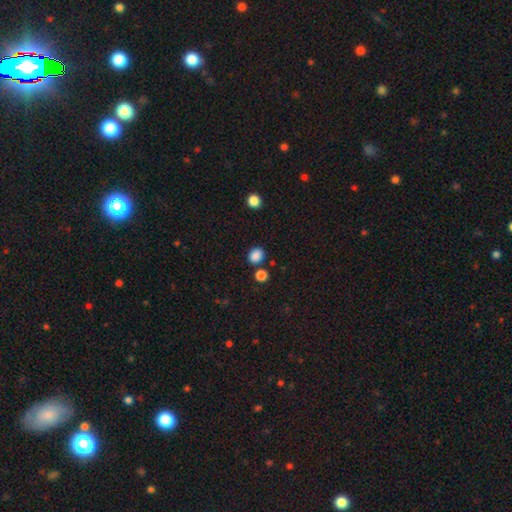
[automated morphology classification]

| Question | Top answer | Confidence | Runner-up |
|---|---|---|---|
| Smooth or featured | smooth | 86% | star or artifact (11%) |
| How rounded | round | 57% | in between (42%) |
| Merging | none | 79% | minor disturbance (9%) |